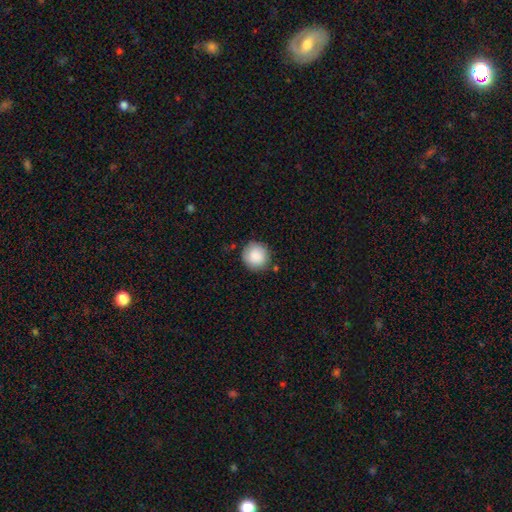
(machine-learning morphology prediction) smooth 88%, star or artifact 7%, featured or disk 5%. Down the decision tree: how rounded — round (92%); merging — none (85%).